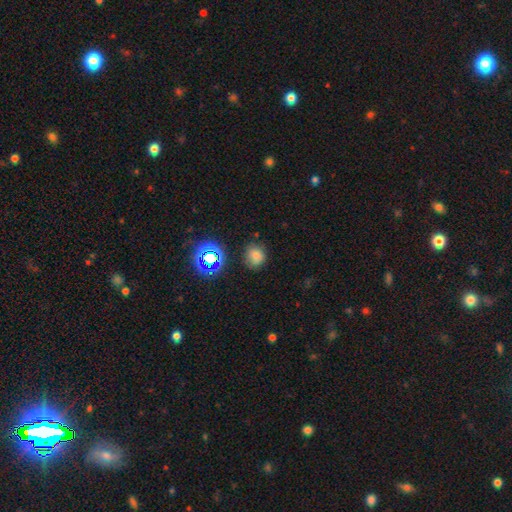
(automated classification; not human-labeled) Morphology: type=smooth (73%); roundness=round (74%); merging=none (78%).